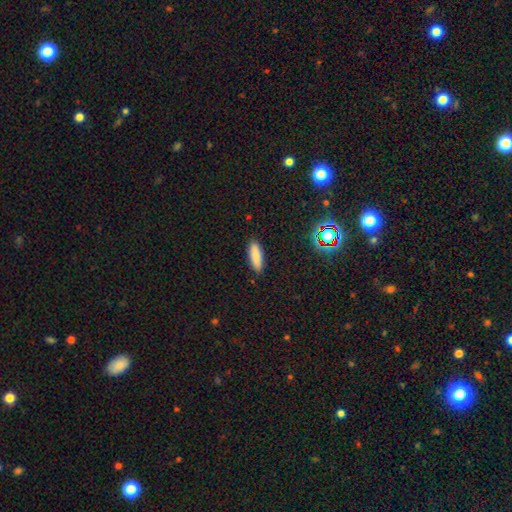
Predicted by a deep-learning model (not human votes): smooth 85%, star or artifact 8%, featured or disk 7%. Down the decision tree: how rounded — in between (51%); merging — none (89%).